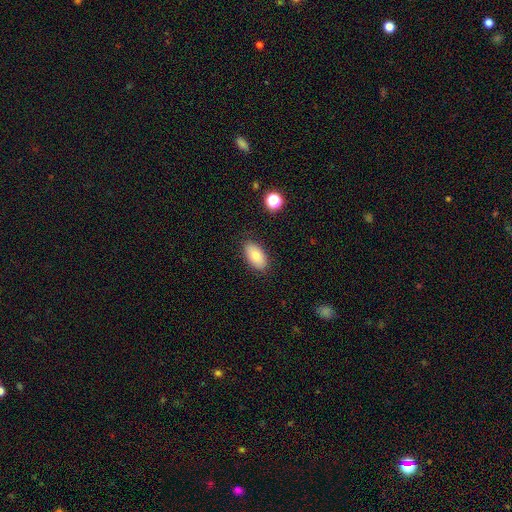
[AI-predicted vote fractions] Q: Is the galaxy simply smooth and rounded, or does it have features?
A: smooth — 84%.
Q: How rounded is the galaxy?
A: in between — 93%.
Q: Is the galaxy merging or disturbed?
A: none — 85%.